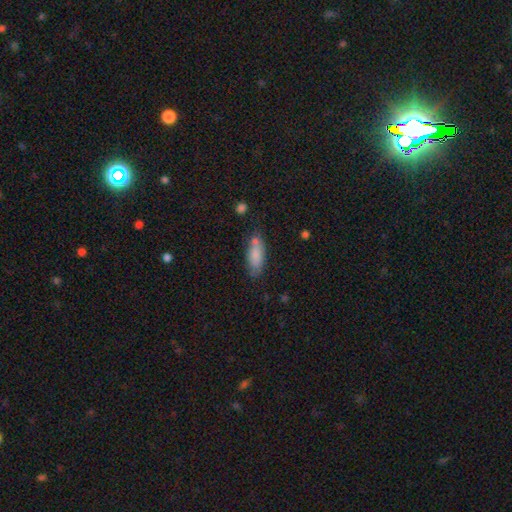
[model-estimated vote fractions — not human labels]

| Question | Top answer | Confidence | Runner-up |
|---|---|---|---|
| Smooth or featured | smooth | 81% | featured or disk (12%) |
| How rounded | in between | 73% | cigar-shaped (25%) |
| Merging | none | 61% | minor disturbance (22%) |